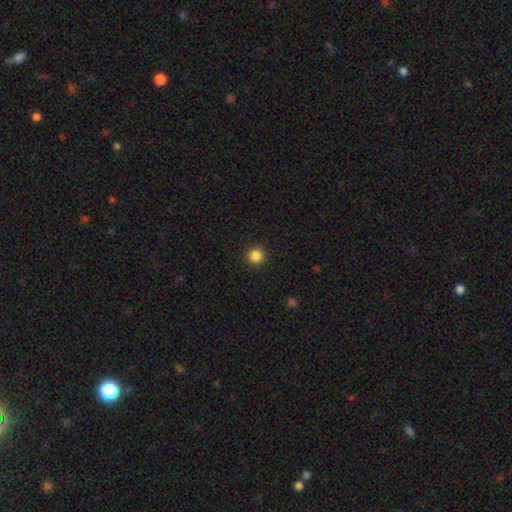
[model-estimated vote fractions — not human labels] A smooth galaxy with no disk features (86%) that is round (94%). Merging: none (92%).